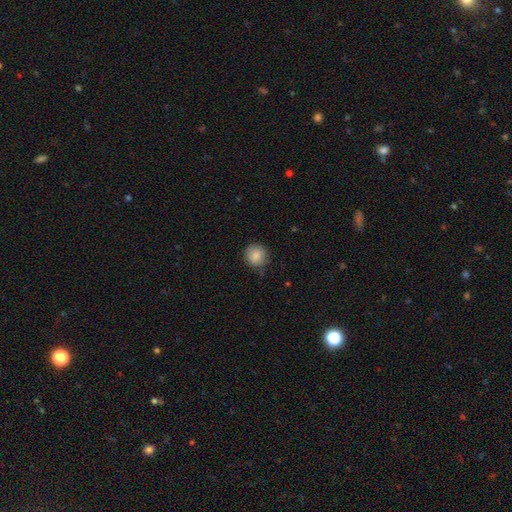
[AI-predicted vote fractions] smooth-or-featured: smooth: 87% | star or artifact: 8% | featured or disk: 5%
  how-rounded: round: 90% | in between: 9% | cigar-shaped: 1%
  merging: none: 83% | minor disturbance: 13% | major disturbance: 3% | merger: 1%